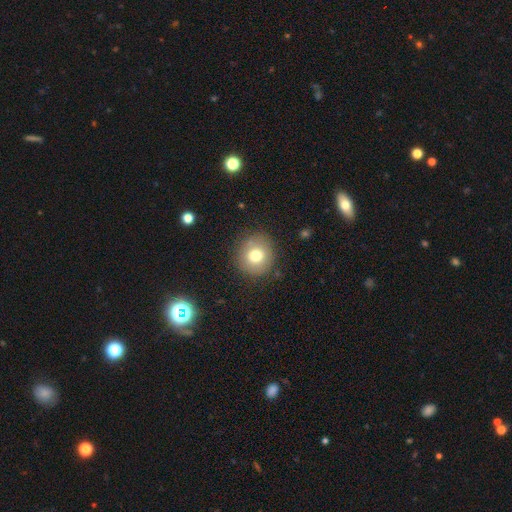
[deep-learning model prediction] Q: Smooth or featured?
A: smooth (75%); runner-up: featured or disk (13%)
Q: How rounded?
A: round (90%); runner-up: in between (9%)
Q: Merging?
A: none (85%); runner-up: minor disturbance (9%)